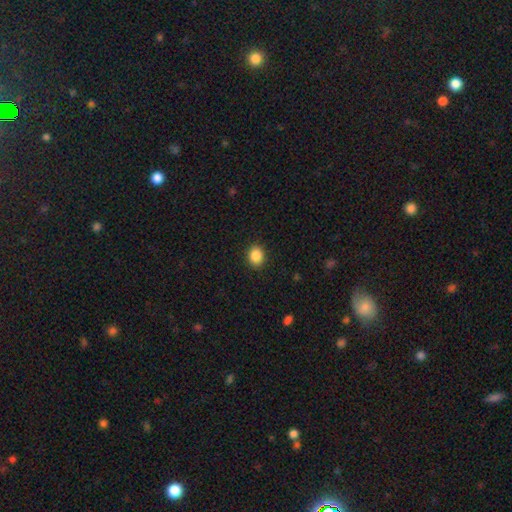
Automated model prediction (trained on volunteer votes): Overall: smooth (87%). How rounded: round (52%; in between 47%). Merging: none (90%).